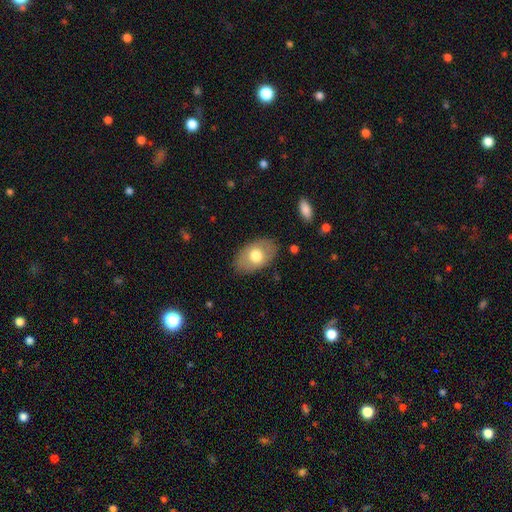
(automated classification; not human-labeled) Q: Smooth or featured?
A: smooth (67%); runner-up: featured or disk (27%)
Q: How rounded?
A: in between (89%); runner-up: round (10%)
Q: Merging?
A: none (83%); runner-up: minor disturbance (12%)